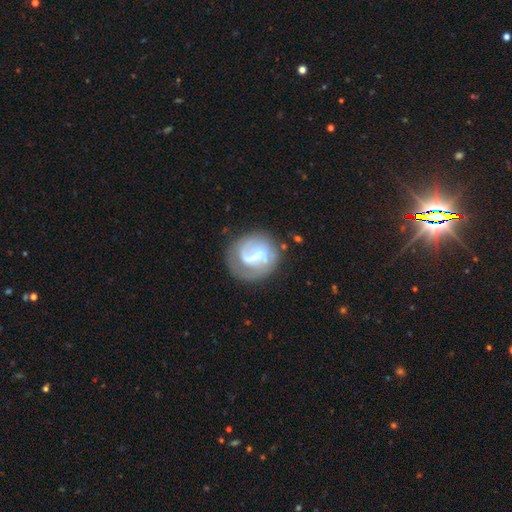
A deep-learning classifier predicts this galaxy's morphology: type=featured or disk (70%); edge-on=no (98%); bar=strong (46%); spiral arms=yes (79%); winding=medium (36%); arm count=2 (42%); bulge=none (38%); merging=none (59%).